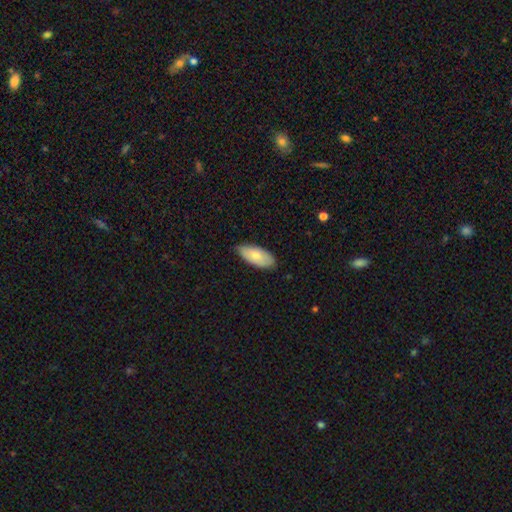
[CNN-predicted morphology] A smooth galaxy with no disk features (79%) that is in between round and cigar-shaped (90%). Merging: none (75%).